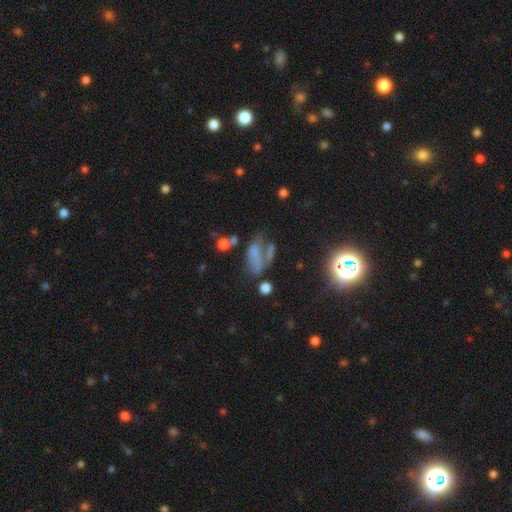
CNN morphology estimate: type=smooth (43%); merging=none (31%).